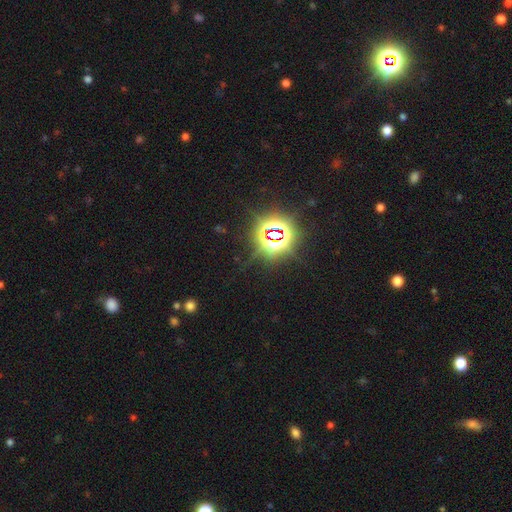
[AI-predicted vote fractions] The model was most divided on "smooth or featured": star or artifact: 84%, smooth: 10%, featured or disk: 6%.